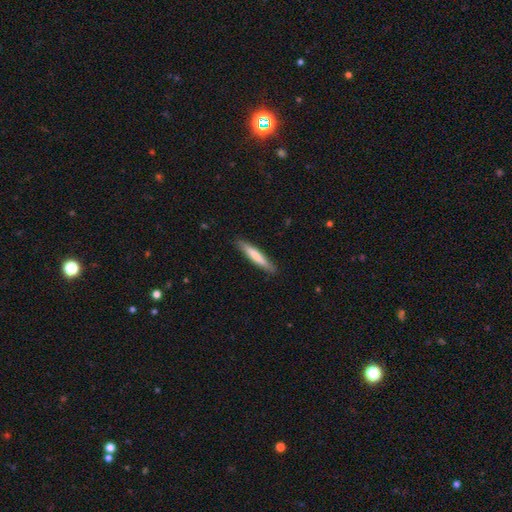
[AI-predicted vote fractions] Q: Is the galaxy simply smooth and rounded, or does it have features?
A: smooth — 73%.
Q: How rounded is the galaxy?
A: cigar-shaped — 93%.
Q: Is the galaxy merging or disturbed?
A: none — 88%.